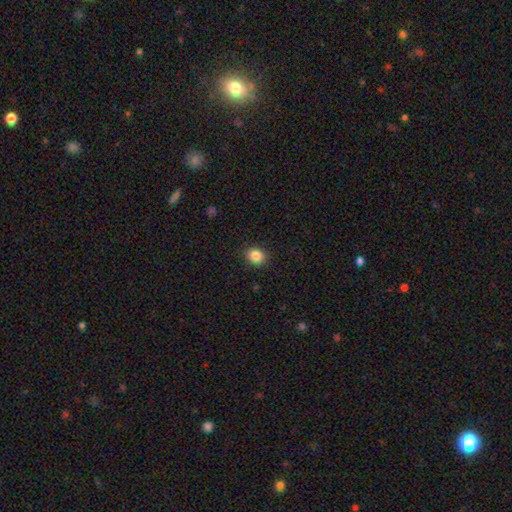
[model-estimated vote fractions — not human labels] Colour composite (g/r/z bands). It shows a smooth galaxy with no disk features (86%) that is round (67%). Merging: none (90%).